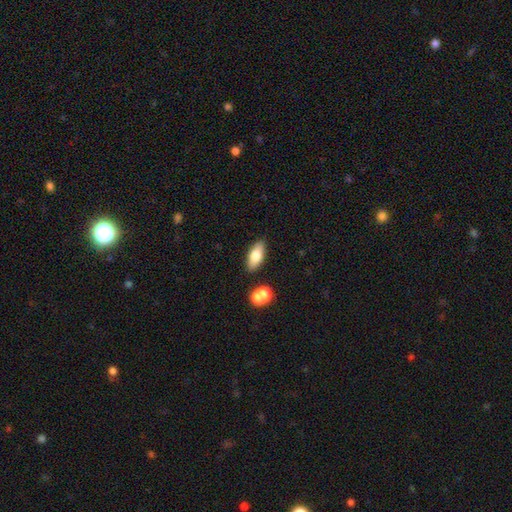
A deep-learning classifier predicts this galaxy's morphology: Q: Smooth or featured?
A: smooth (73%); runner-up: featured or disk (19%)
Q: How rounded?
A: in between (80%); runner-up: cigar-shaped (16%)
Q: Merging?
A: none (83%); runner-up: minor disturbance (9%)